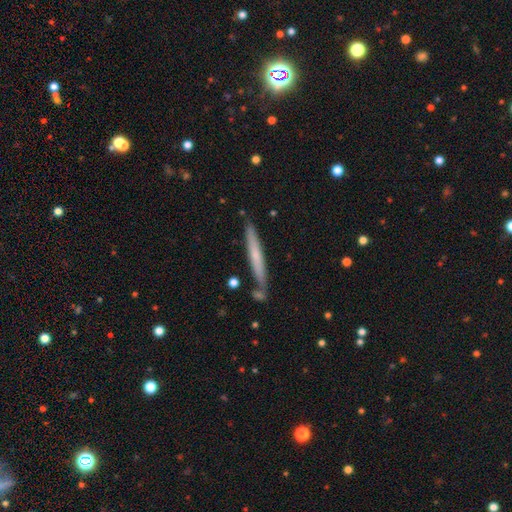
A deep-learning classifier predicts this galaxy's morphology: Smooth or featured? Predicted: smooth (p=0.51). How rounded? Predicted: cigar-shaped (p=0.96). Merging? Predicted: none (p=0.81).